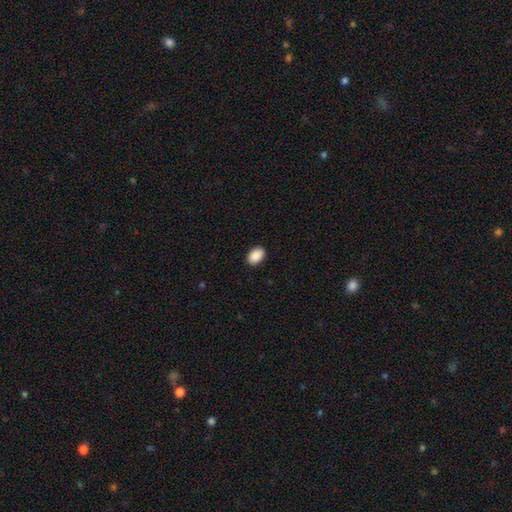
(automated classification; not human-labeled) This is clearly a smooth galaxy (91%). How rounded: clearly in between (83%). Merging: clearly none (90%).